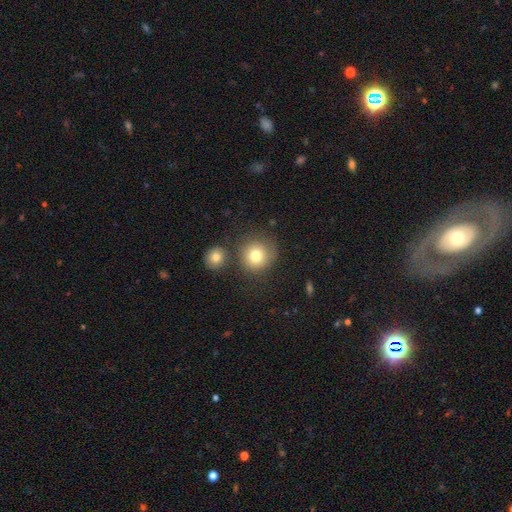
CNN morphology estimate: Smooth or featured? Predicted: smooth (p=0.78). How rounded? Predicted: round (p=0.90). Merging? Predicted: none (p=0.71).